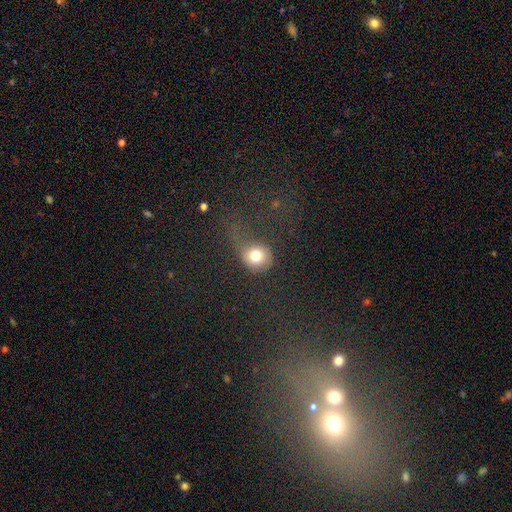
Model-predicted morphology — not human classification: Smooth or featured: smooth — 77% (featured or disk — 11%)
How rounded: round — 79% (in between — 20%)
Merging: major disturbance — 36% (tied with none — 36%)